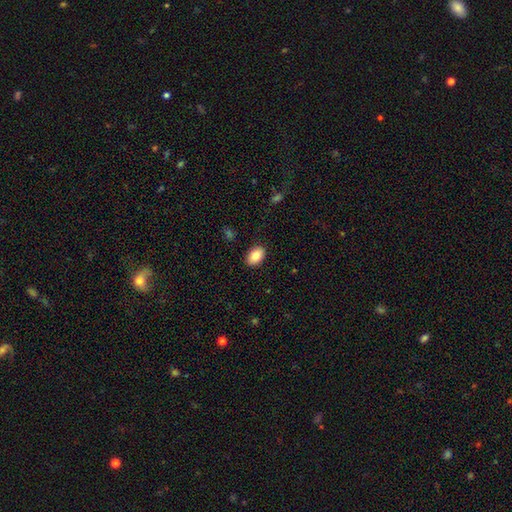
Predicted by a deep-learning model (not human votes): Q: Smooth or featured?
A: smooth (86%); runner-up: star or artifact (7%)
Q: How rounded?
A: in between (90%); runner-up: round (8%)
Q: Merging?
A: none (89%); runner-up: minor disturbance (8%)